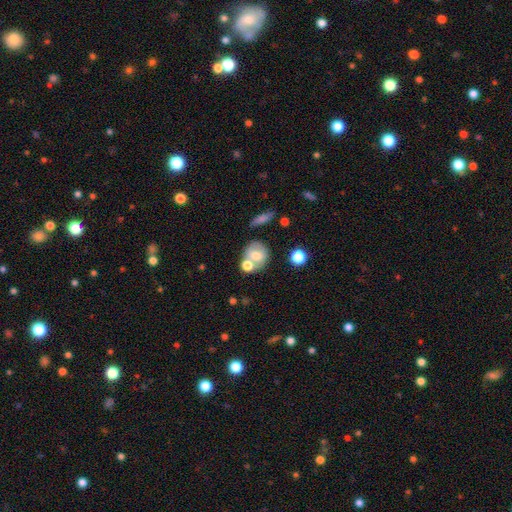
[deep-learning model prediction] smooth 67%, featured or disk 23%, star or artifact 10%. Down the decision tree: how rounded — round (73%); merging — none (46%).